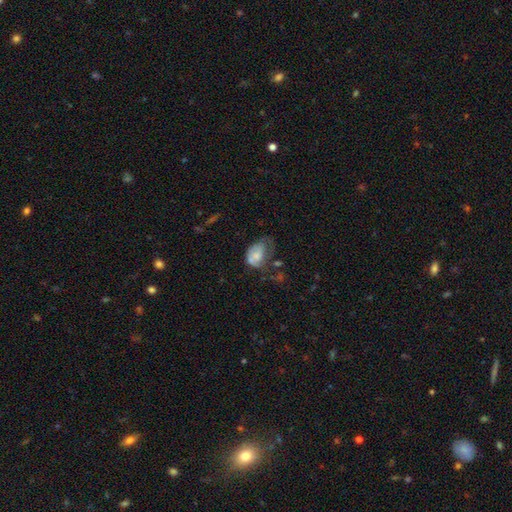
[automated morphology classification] smooth 60%, featured or disk 32%, star or artifact 8%. Down the decision tree: how rounded — in between (80%); merging — major disturbance (42%).